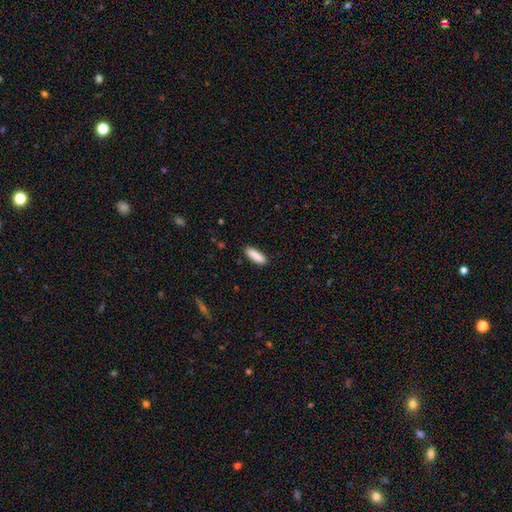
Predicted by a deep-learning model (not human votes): The model was most divided on "how rounded": cigar-shaped: 56%, in between: 43%, round: 1%. More confident: smooth or featured — smooth (89%); merging — none (88%).